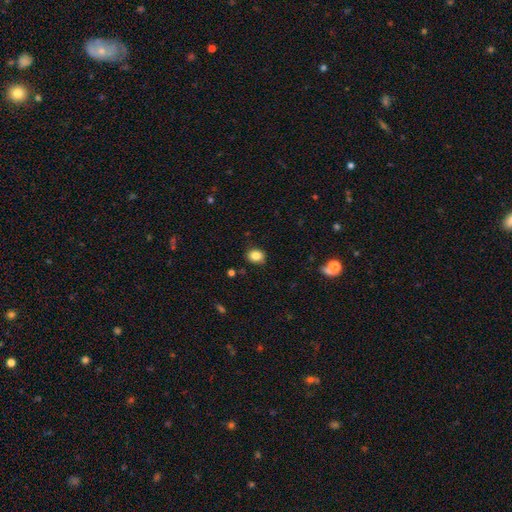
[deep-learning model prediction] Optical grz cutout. It shows a smooth galaxy with no disk features (84%) that is in between round and cigar-shaped (50%). Merging: none (86%).